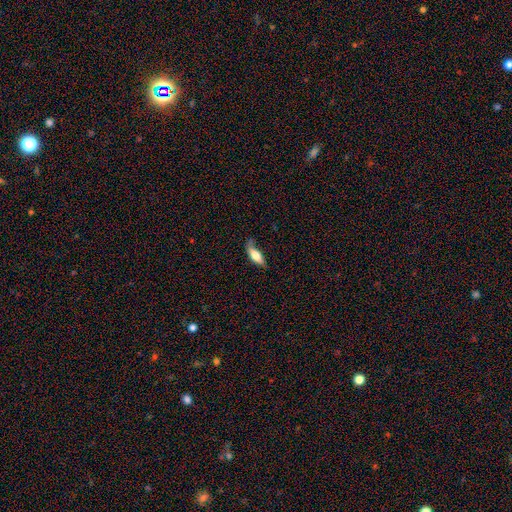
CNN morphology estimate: A smooth galaxy with no disk features (74%) that is in between round and cigar-shaped (72%).

Vote fractions:
- Smooth or featured? smooth: 74% / featured or disk: 20% / star or artifact: 6%
- How rounded? in between: 72% / cigar-shaped: 25% / round: 2%
- Merging? none: 47% / minor disturbance: 35% / major disturbance: 15% / merger: 3%